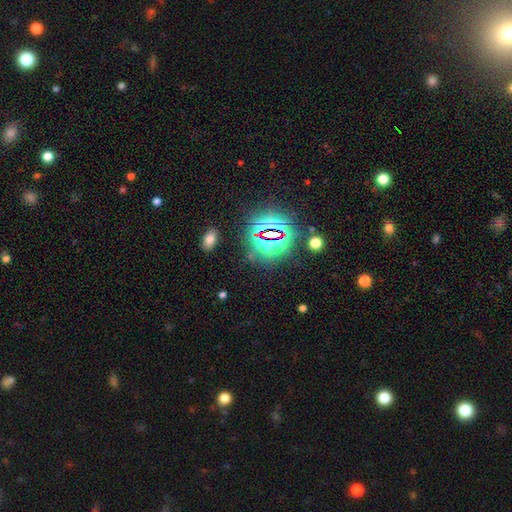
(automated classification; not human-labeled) The model was most divided on "smooth or featured": star or artifact: 79%, smooth: 12%, featured or disk: 9%.